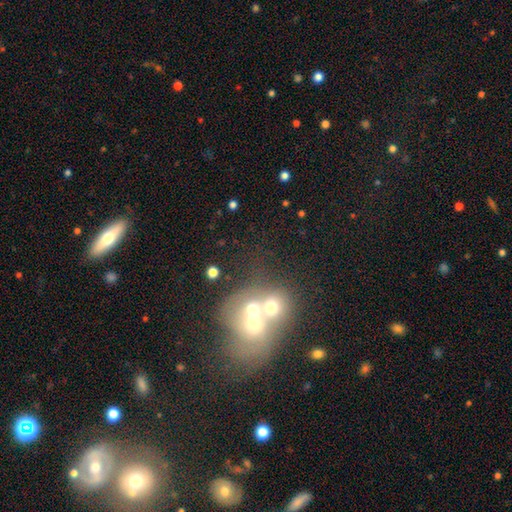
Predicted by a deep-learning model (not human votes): Q: Smooth or featured?
A: smooth (40%); runner-up: star or artifact (31%)
Q: Merging?
A: merger (60%); runner-up: none (27%)